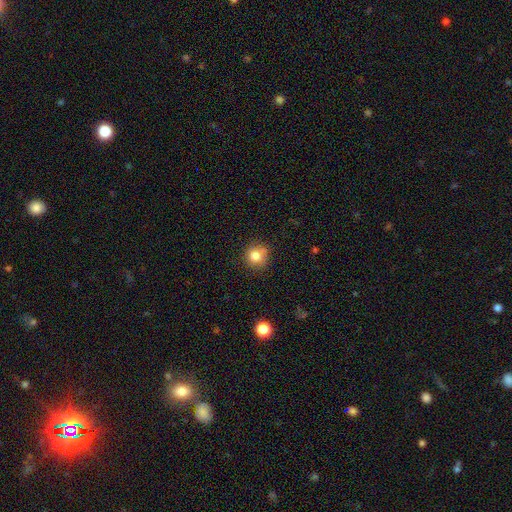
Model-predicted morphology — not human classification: Smooth or featured? smooth (81%)
How rounded? round (91%)
Merging? none (75%)